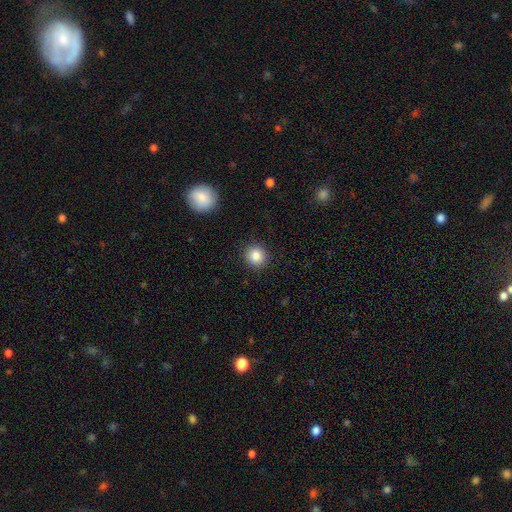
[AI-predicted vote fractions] smooth_or_featured: smooth (p=0.86) [alt: star or artifact p=0.10]
how_rounded: round (p=0.90) [alt: in between p=0.09]
merging: none (p=0.91) [alt: minor disturbance p=0.06]